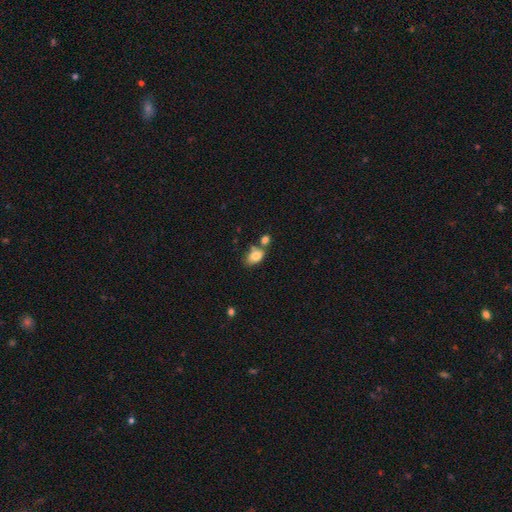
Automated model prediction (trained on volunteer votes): smooth 80%, featured or disk 12%, star or artifact 9%. Down the decision tree: how rounded — in between (85%); merging — none (49%).